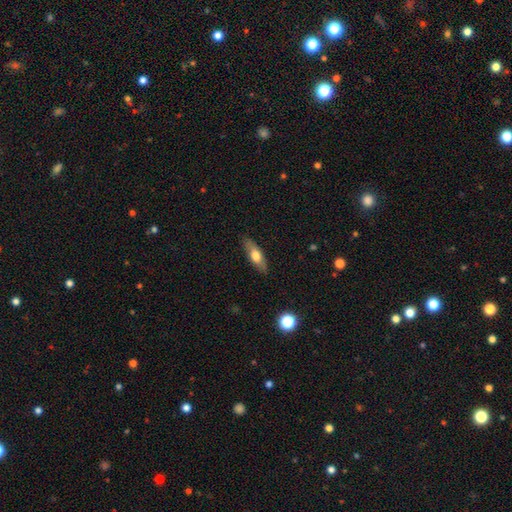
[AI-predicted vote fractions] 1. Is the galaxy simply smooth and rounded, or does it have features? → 62% smooth, 32% featured or disk, 6% star or artifact.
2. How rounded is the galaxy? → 59% in between, 38% cigar-shaped, 3% round.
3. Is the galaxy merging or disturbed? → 86% none, 11% minor disturbance, 2% major disturbance, 1% merger.